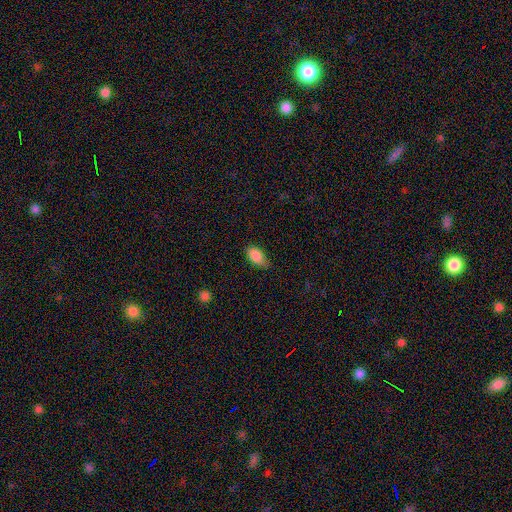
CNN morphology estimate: smooth_or_featured: smooth (p=0.87) [alt: star or artifact p=0.07]
how_rounded: in between (p=0.92) [alt: round p=0.05]
merging: none (p=0.64) [alt: minor disturbance p=0.29]